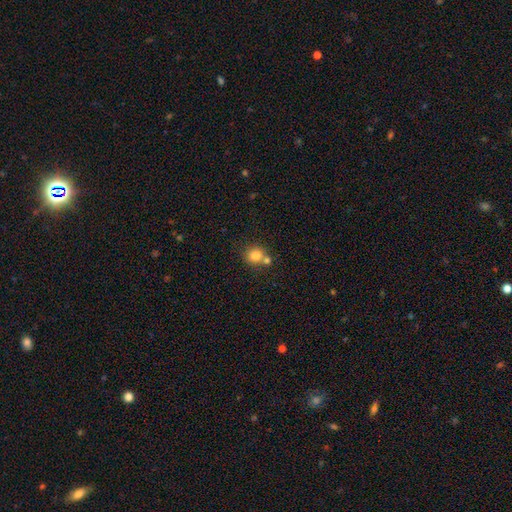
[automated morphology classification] Smooth or featured? smooth (82%)
How rounded? round (84%)
Merging? none (56%)